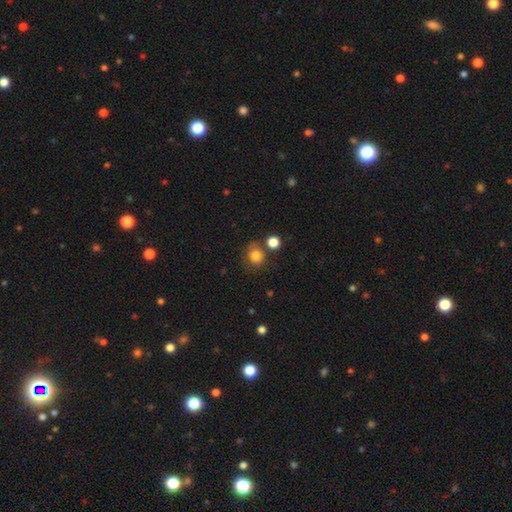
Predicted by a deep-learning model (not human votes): Smooth or featured? Predicted: smooth (p=0.81). How rounded? Predicted: round (p=0.83). Merging? Predicted: none (p=0.68).